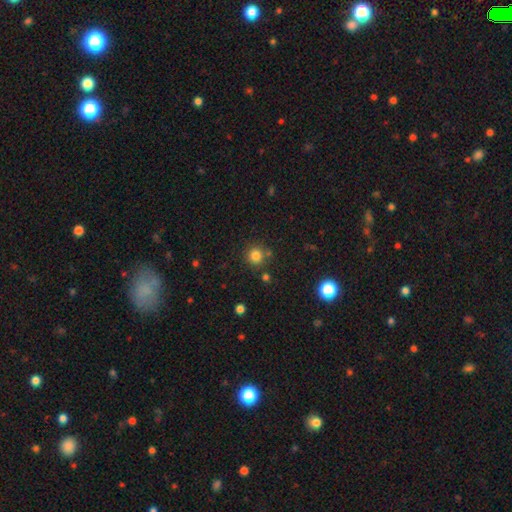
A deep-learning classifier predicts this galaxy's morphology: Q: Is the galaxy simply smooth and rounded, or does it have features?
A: smooth — 81%.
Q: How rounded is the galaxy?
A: round — 93%.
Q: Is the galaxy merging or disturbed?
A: none — 82%.